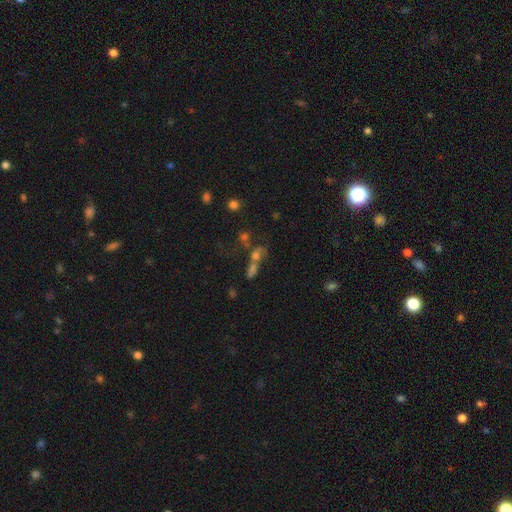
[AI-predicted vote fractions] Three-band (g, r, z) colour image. It shows a smooth galaxy with no disk features (55%) that is in between round and cigar-shaped (54%). Merging: merger (54%).